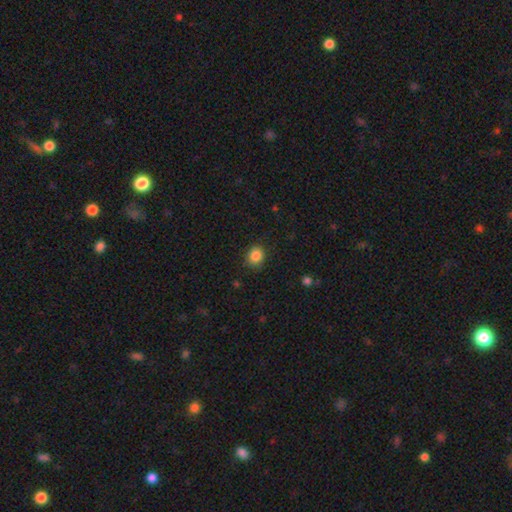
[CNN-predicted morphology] A smooth galaxy with no disk features (85%) that is round (68%). Merging: none (85%).